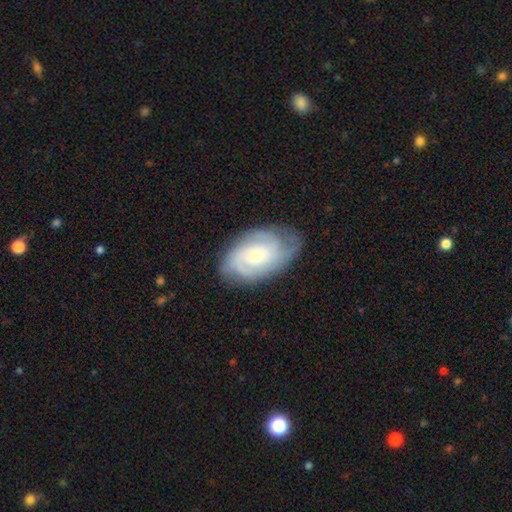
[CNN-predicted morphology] Smooth or featured? Predicted: featured or disk (p=0.82). Edge-on disk? Predicted: no (p=0.96). Bar? Predicted: no (p=0.73). Spiral arms? Predicted: yes (p=0.95). Spiral winding? Predicted: tight (p=0.66). Spiral arm count? Predicted: 3 (p=0.30). Bulge size? Predicted: small (p=0.57). Merging? Predicted: none (p=0.75).